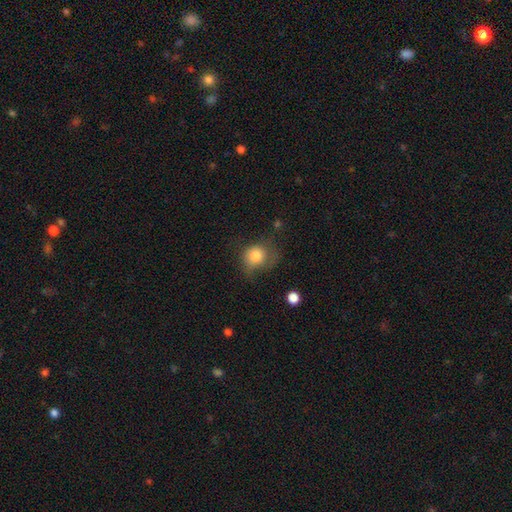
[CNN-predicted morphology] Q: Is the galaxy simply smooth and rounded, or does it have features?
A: smooth — 80%.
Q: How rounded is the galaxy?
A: round — 72%.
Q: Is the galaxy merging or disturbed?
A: none — 43%.